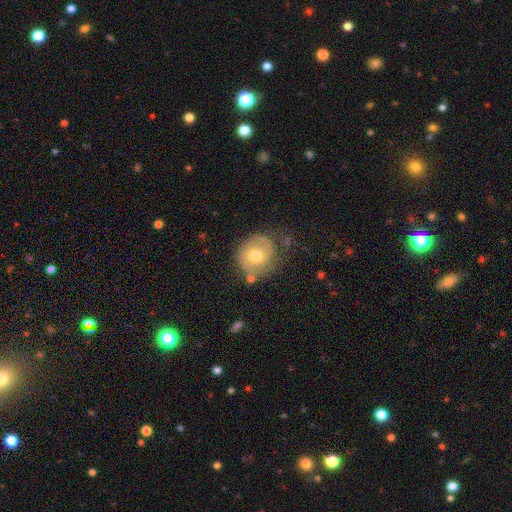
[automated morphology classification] A featured or disk galaxy (60%) with no bar (59%), spiral arms (81%) and a moderate central bulge (71%). Merging: none (67%).